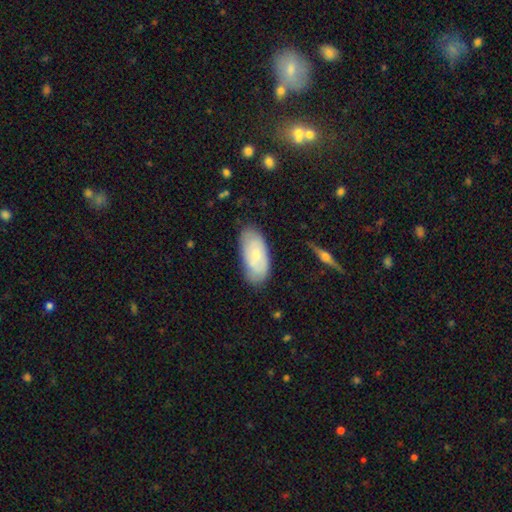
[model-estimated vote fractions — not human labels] smooth-or-featured: smooth: 55% | featured or disk: 38% | star or artifact: 7%
  how-rounded: in between: 91% | cigar-shaped: 7% | round: 2%
  merging: none: 77% | minor disturbance: 18% | major disturbance: 4% | merger: 2%